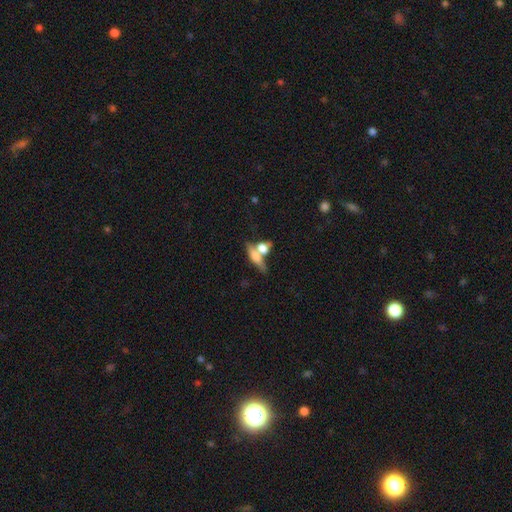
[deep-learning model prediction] Morphology: type=smooth (59%); roundness=cigar-shaped (44%); merging=none (43%).